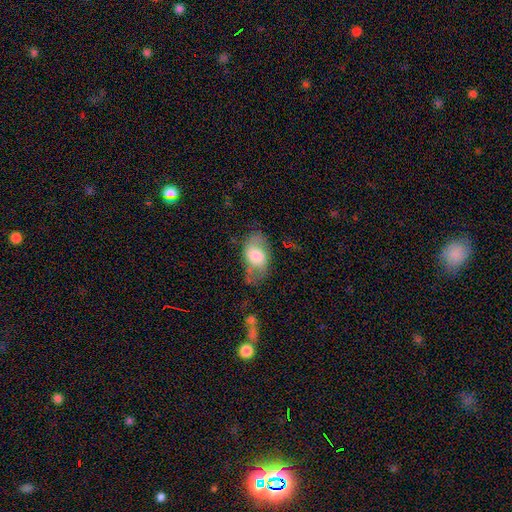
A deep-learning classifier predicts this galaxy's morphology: Q: Smooth or featured?
A: smooth (59%); runner-up: featured or disk (34%)
Q: How rounded?
A: in between (90%); runner-up: round (8%)
Q: Merging?
A: none (51%); runner-up: minor disturbance (30%)